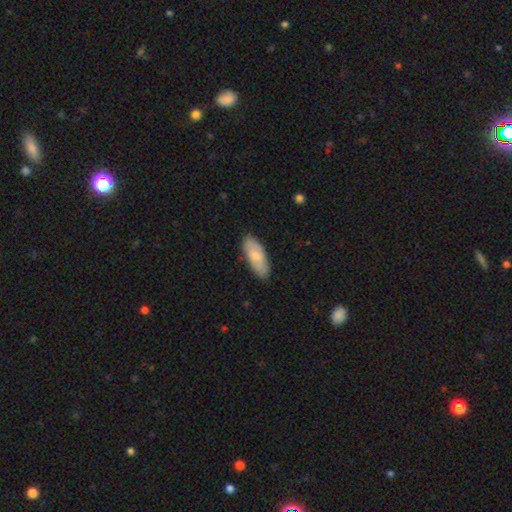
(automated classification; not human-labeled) The model was most divided on "smooth or featured": smooth: 74%, featured or disk: 21%, star or artifact: 5%. More confident: merging — none (84%); how rounded — in between (79%).